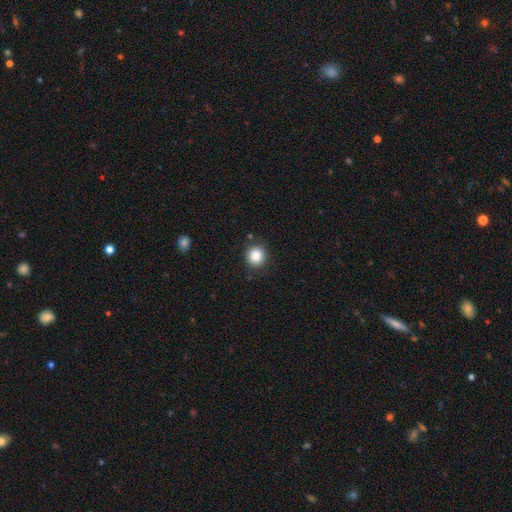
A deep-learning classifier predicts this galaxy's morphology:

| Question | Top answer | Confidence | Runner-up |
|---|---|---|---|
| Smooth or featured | smooth | 85% | star or artifact (10%) |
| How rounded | round | 88% | in between (12%) |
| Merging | none | 88% | minor disturbance (8%) |